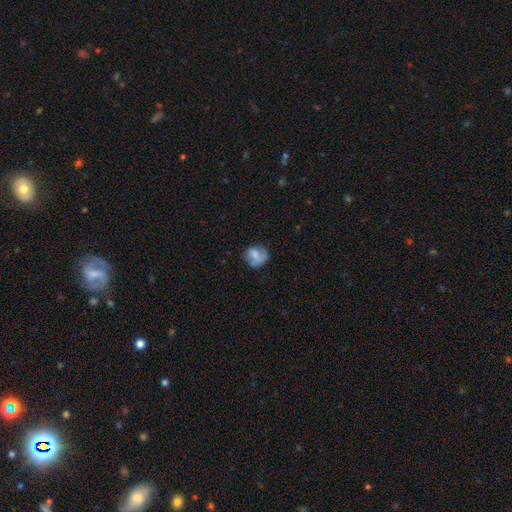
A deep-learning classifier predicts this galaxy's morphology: Smooth or featured? Predicted: smooth (p=0.57). How rounded? Predicted: round (p=0.70). Merging? Predicted: none (p=0.56).